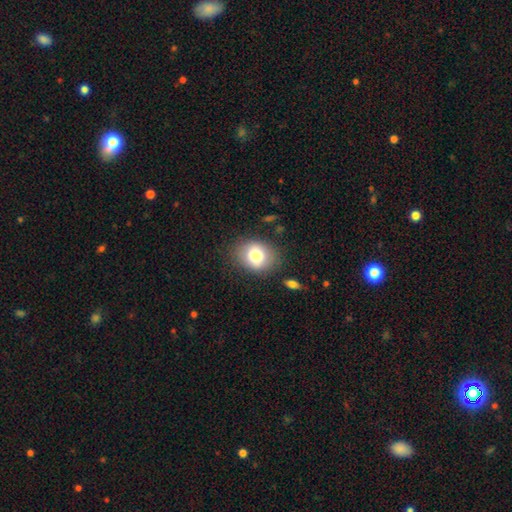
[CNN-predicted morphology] smooth-or-featured: smooth: 77% | featured or disk: 14% | star or artifact: 9%
  how-rounded: in between: 52% | round: 47% | cigar-shaped: 1%
  merging: none: 78% | minor disturbance: 15% | major disturbance: 5% | merger: 2%